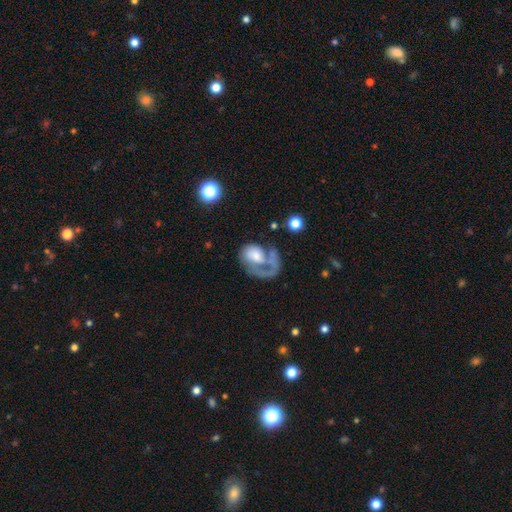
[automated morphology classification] Smooth or featured: featured or disk — 61% (smooth — 30%)
Edge-on disk: no — 97% (yes — 3%)
Bar: no — 78% (weak — 17%)
Spiral arms: yes — 66% (no — 34%)
Bulge size: moderate — 35% (small — 24%)
Merging: major disturbance — 47% (none — 25%)